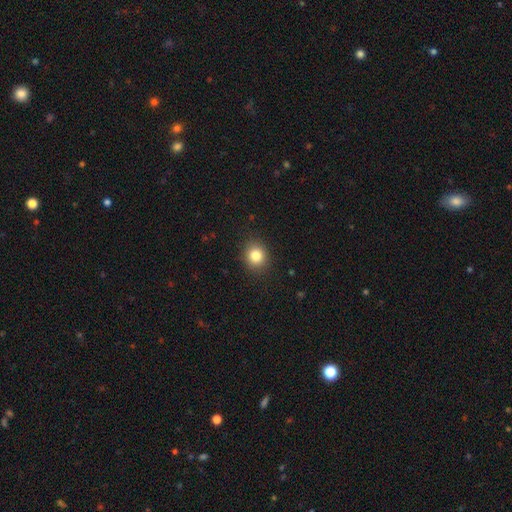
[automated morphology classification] A smooth galaxy with no disk features (83%) that is round (77%).

Vote fractions:
- Smooth or featured? smooth: 83% / star or artifact: 11% / featured or disk: 7%
- How rounded? round: 77% / in between: 22% / cigar-shaped: 1%
- Merging? none: 89% / minor disturbance: 7% / major disturbance: 2% / merger: 1%